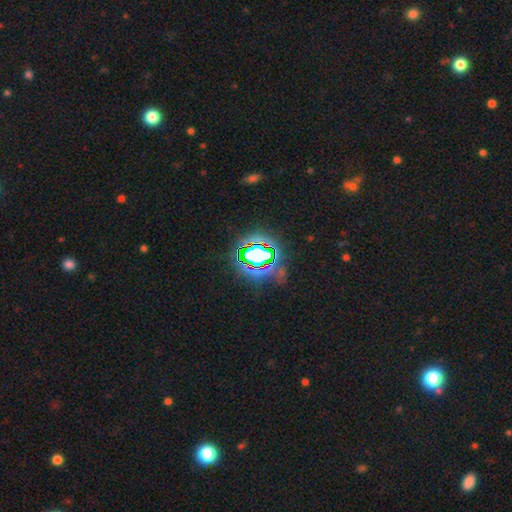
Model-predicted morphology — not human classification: A star or artifact, not a galaxy (82%).